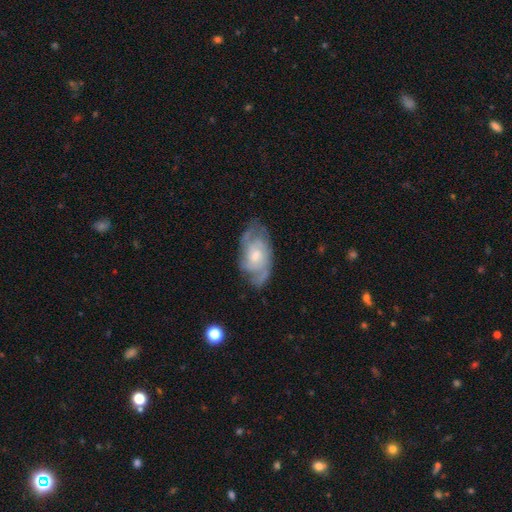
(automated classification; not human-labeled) The model was most divided on "spiral winding": tight: 47%, medium: 40%, loose: 14%. Remaining: edge-on disk — no (95%); spiral arms — yes (86%); smooth or featured — featured or disk (73%); bar — no (70%); merging — none (62%); bulge size — moderate (51%); spiral arm count — can't tell (43%).